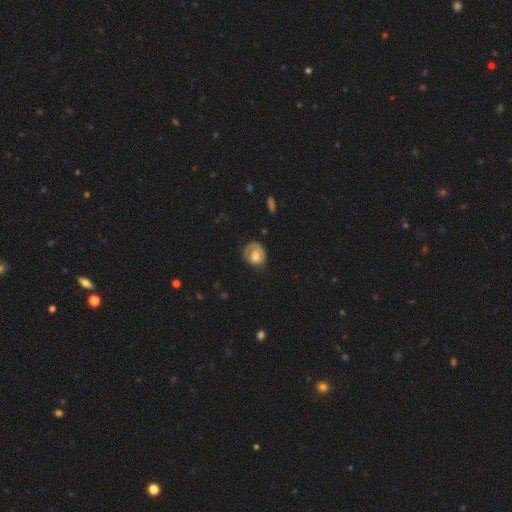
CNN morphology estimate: The model was most divided on "merging": none: 54%, minor disturbance: 28%, major disturbance: 17%, merger: 2%. More confident: how rounded — round (65%); smooth or featured — smooth (60%).